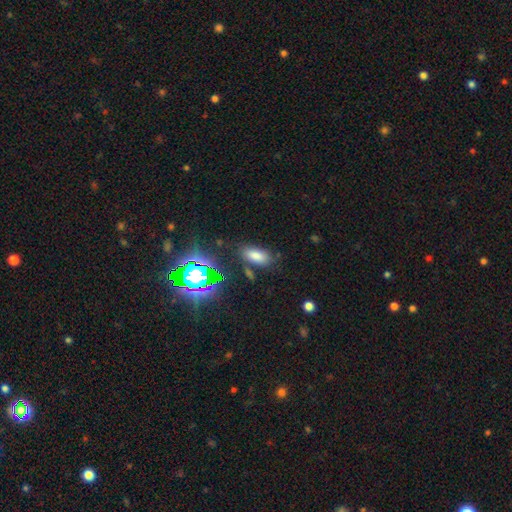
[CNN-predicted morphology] This is likely a smooth galaxy (69%). How rounded: clearly in between (88%). Merging: likely none (77%).